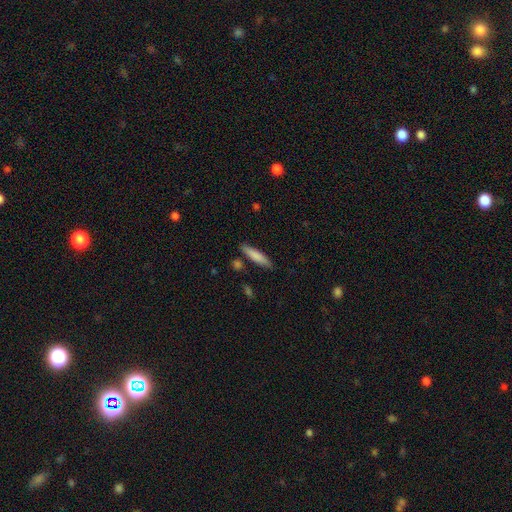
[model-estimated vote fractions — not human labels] Smooth or featured? Predicted: smooth (p=0.80). How rounded? Predicted: cigar-shaped (p=0.82). Merging? Predicted: none (p=0.83).